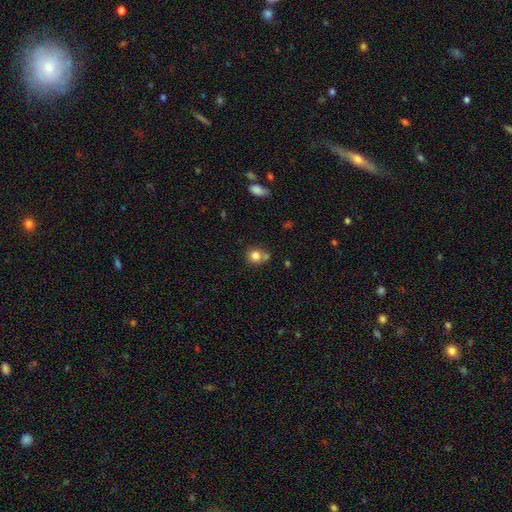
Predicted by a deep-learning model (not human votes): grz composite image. It shows a smooth galaxy with no disk features (81%) that is round (80%). Merging: none (56%).